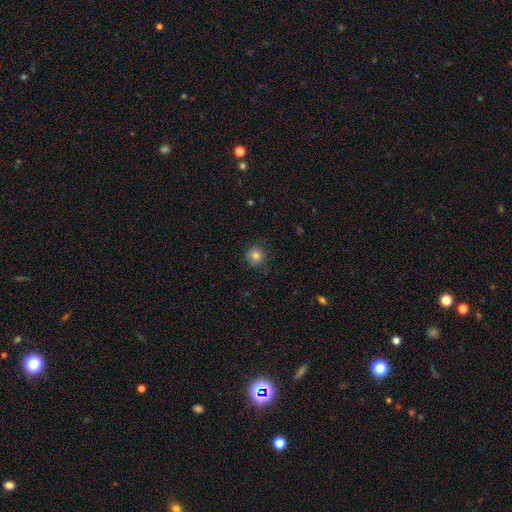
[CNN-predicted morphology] Smooth or featured? smooth (80%)
How rounded? round (93%)
Merging? none (85%)